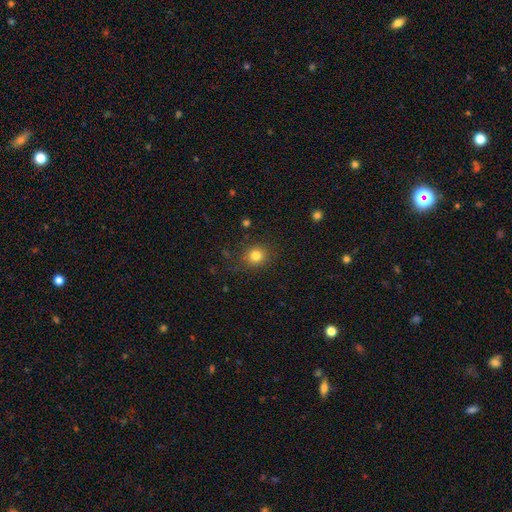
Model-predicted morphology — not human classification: This is clearly a smooth galaxy (81%). How rounded: clearly round (85%). Merging: clearly none (86%).